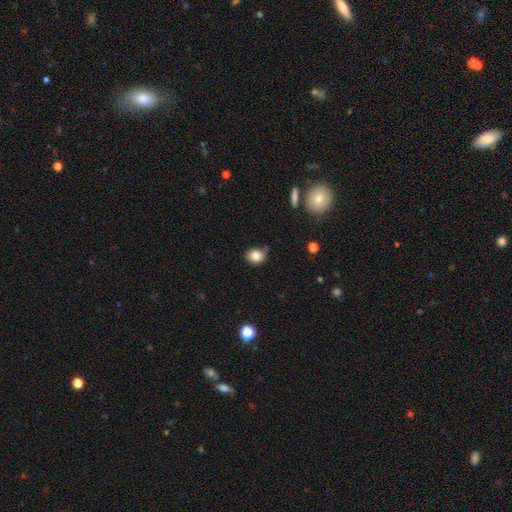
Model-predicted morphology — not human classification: This is clearly a smooth galaxy (84%). How rounded: likely round (61%). Merging: likely none (65%).